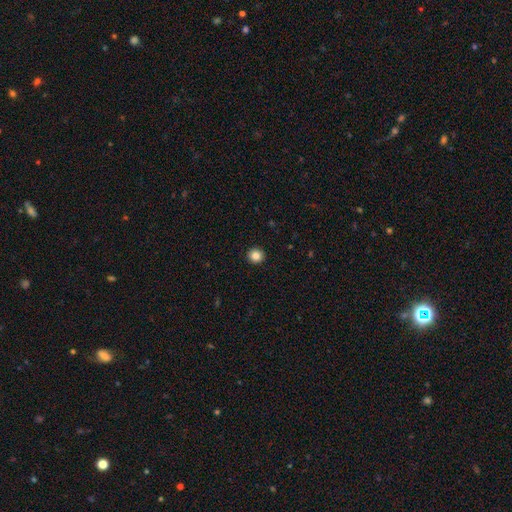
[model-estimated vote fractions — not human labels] The model was most divided on "smooth or featured": smooth: 85%, star or artifact: 10%, featured or disk: 5%. More confident: merging — none (94%); how rounded — round (94%).